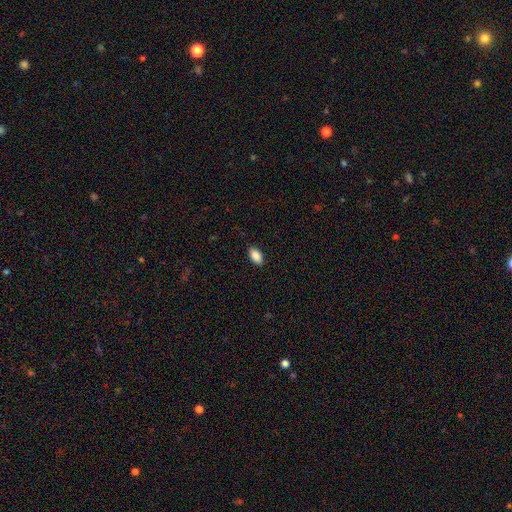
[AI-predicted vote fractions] A smooth galaxy with no disk features (89%) that is in between round and cigar-shaped (93%). Merging: none (89%).